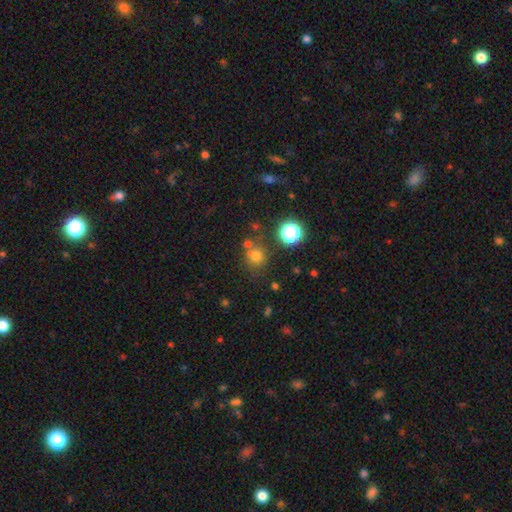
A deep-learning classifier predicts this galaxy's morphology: Overall: smooth (71%). How rounded: round (87%). Merging: none (71%).